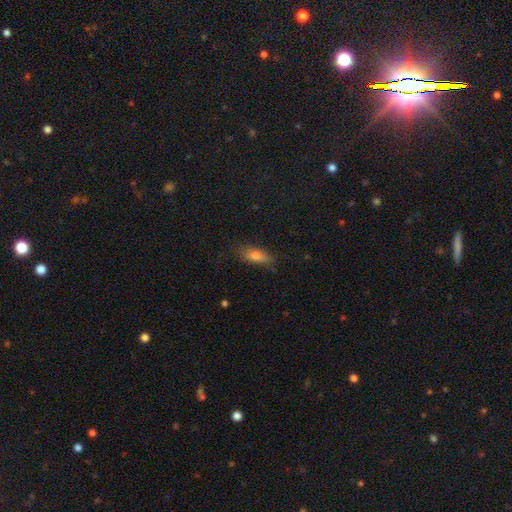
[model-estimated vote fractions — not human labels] Smooth or featured?
  - smooth: 76% *
  - featured or disk: 14%
  - star or artifact: 10%
How rounded?
  - in between: 71% *
  - cigar-shaped: 25%
  - round: 4%
Merging?
  - none: 76% *
  - minor disturbance: 18%
  - major disturbance: 5%
  - merger: 1%